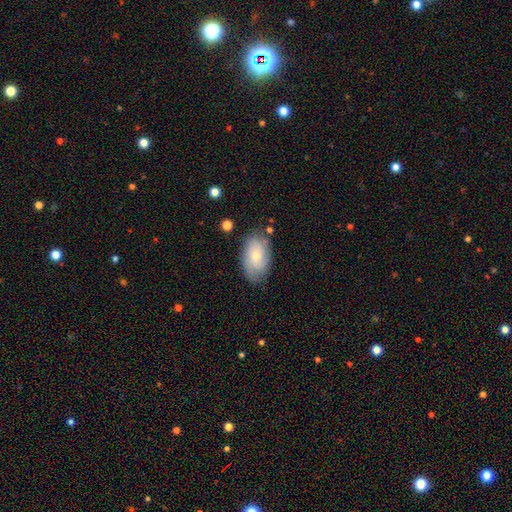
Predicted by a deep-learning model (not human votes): A smooth galaxy with no disk features (56%) that is in between round and cigar-shaped (91%).

Vote fractions:
- Smooth or featured? smooth: 56% / featured or disk: 37% / star or artifact: 7%
- How rounded? in between: 91% / round: 7% / cigar-shaped: 2%
- Merging? none: 74% / minor disturbance: 18% / major disturbance: 5% / merger: 2%